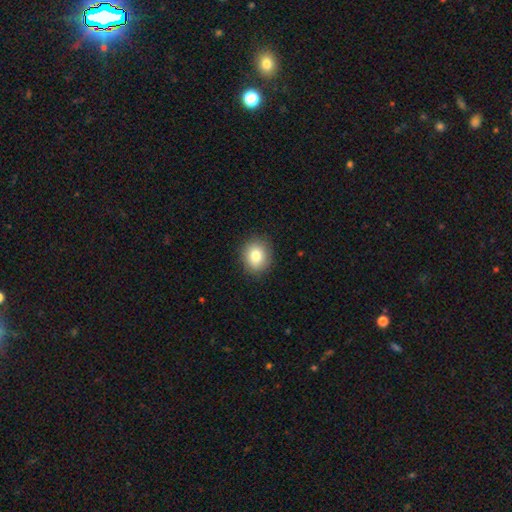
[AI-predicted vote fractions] This is clearly a smooth galaxy (81%). How rounded: likely round (71%). Merging: clearly none (89%).